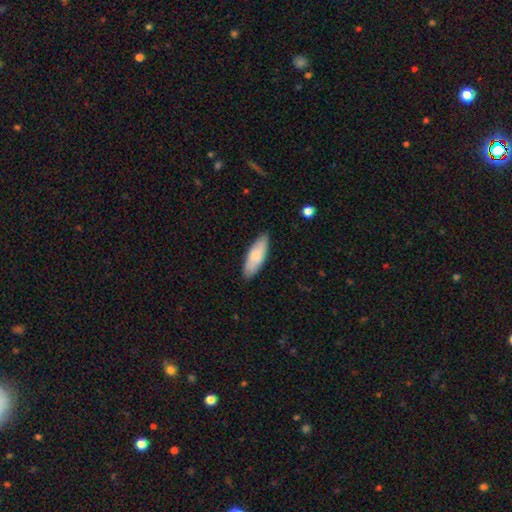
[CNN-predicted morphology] The model was most divided on "how rounded": in between: 60%, cigar-shaped: 38%, round: 2%. More confident: merging — none (85%); smooth or featured — smooth (76%).